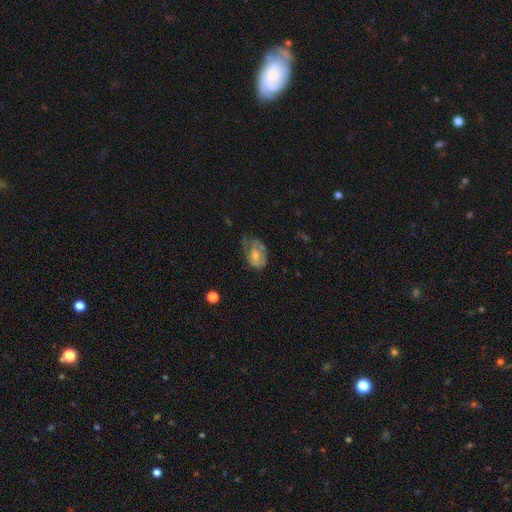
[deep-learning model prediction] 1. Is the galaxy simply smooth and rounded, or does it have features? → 51% smooth, 40% featured or disk, 9% star or artifact.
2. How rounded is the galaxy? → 81% in between, 18% round, 2% cigar-shaped.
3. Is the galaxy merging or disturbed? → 36% none, 34% minor disturbance, 27% major disturbance, 3% merger.